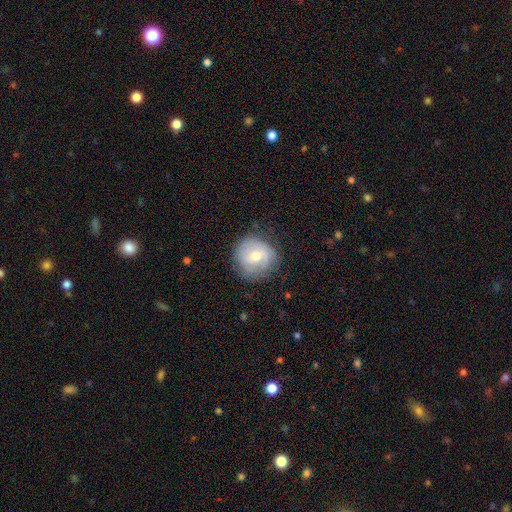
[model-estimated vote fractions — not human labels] A featured or disk galaxy (47%).

Vote fractions:
- Smooth or featured? featured or disk: 47% / smooth: 45% / star or artifact: 8%
- Merging? none: 75% / minor disturbance: 18% / major disturbance: 6% / merger: 1%